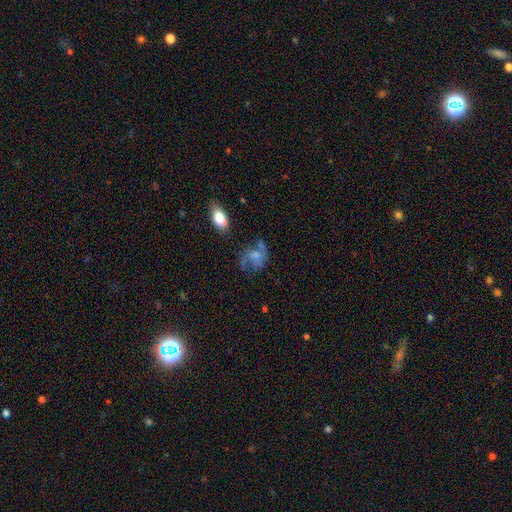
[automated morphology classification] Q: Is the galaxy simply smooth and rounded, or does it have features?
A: featured or disk — 55%.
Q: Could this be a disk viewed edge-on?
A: no — 97%.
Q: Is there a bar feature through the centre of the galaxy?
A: no — 70%.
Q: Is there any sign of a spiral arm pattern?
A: yes — 72%.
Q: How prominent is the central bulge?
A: small — 37%.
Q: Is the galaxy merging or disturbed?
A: none — 41%.